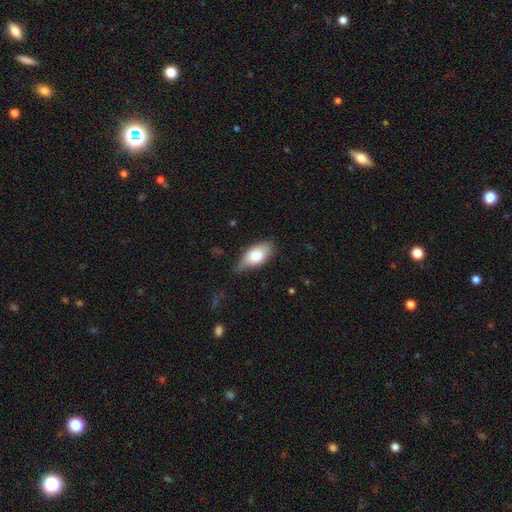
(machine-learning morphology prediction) Smooth or featured: smooth — 74% (featured or disk — 19%)
How rounded: in between — 89% (cigar-shaped — 8%)
Merging: none — 67% (minor disturbance — 27%)